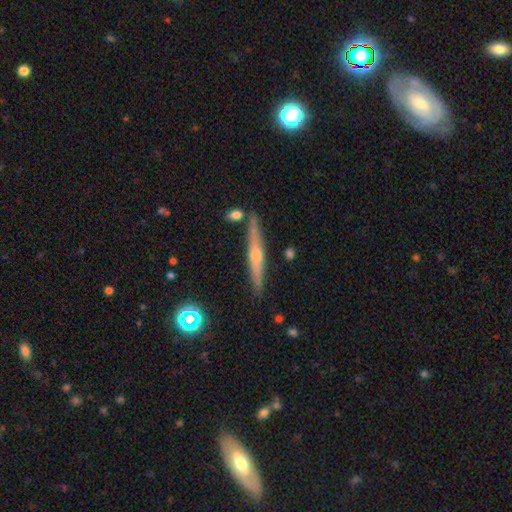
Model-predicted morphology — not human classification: This appears to be a featured or disk galaxy (68%) viewed edge-on (97%) with a rounded central bulge (79%). Merging: none (87%).